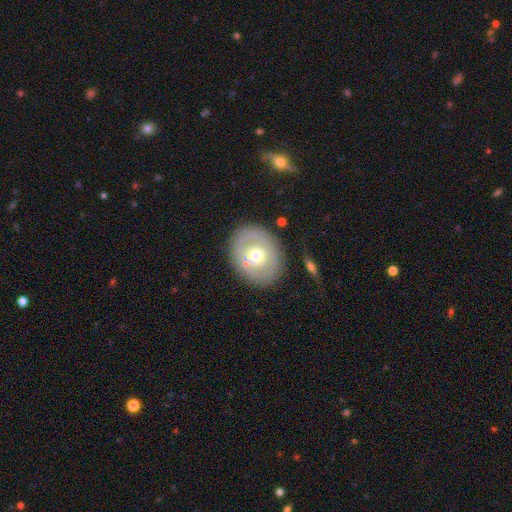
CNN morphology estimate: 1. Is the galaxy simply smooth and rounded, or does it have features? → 53% featured or disk, 41% smooth, 6% star or artifact.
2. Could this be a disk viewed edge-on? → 93% no, 7% yes.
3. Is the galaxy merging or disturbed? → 82% none, 11% minor disturbance, 4% major disturbance, 2% merger.